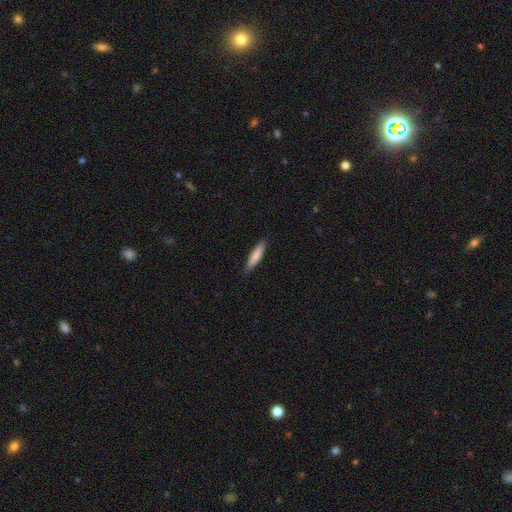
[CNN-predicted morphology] smooth_or_featured: smooth (p=0.78) [alt: featured or disk p=0.16]
how_rounded: cigar-shaped (p=0.84) [alt: in between p=0.14]
merging: none (p=0.88) [alt: minor disturbance p=0.10]